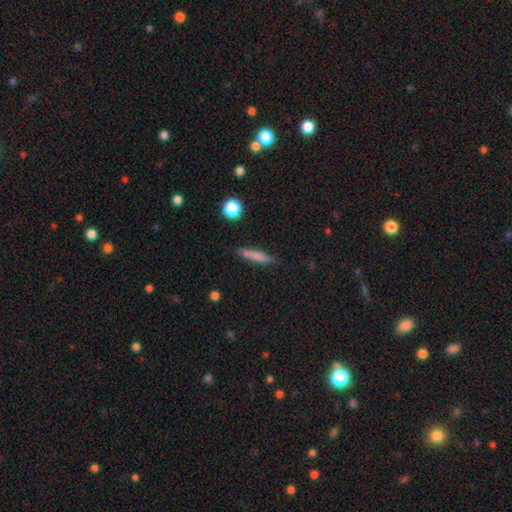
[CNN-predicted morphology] This is likely a smooth galaxy (73%). How rounded: clearly cigar-shaped (88%). Merging: clearly none (82%).